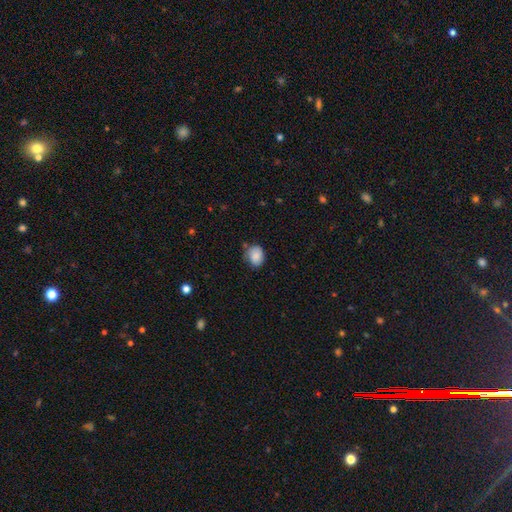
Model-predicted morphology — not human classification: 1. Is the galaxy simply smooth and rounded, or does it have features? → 84% smooth, 8% star or artifact, 8% featured or disk.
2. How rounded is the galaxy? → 52% round, 47% in between, 1% cigar-shaped.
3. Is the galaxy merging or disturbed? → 64% none, 27% minor disturbance, 6% major disturbance, 4% merger.